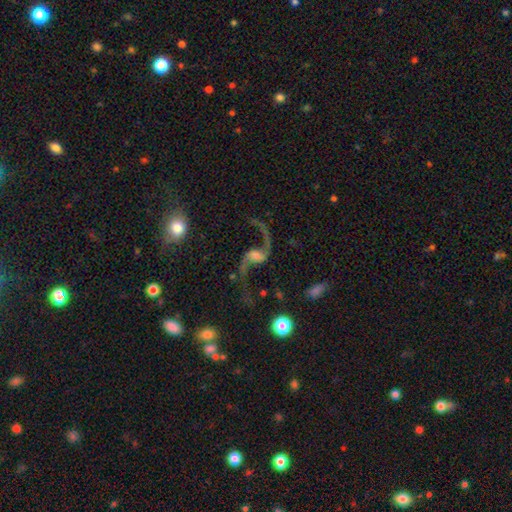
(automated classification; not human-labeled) Smooth or featured? featured or disk (90%)
Edge-on disk? no (97%)
Bar? weak (43%)
Spiral arms? yes (97%)
Spiral winding? loose (92%)
Spiral arm count? 2 (94%)
Bulge size? moderate (29%)
Merging? none (73%)